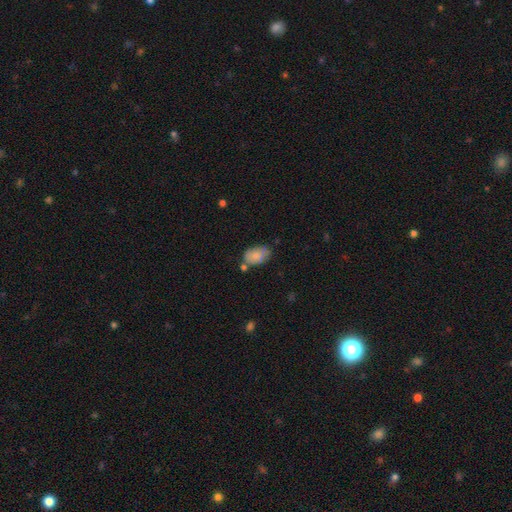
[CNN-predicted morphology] Q: Smooth or featured?
A: smooth (75%); runner-up: featured or disk (17%)
Q: How rounded?
A: in between (87%); runner-up: round (12%)
Q: Merging?
A: none (51%); runner-up: minor disturbance (28%)